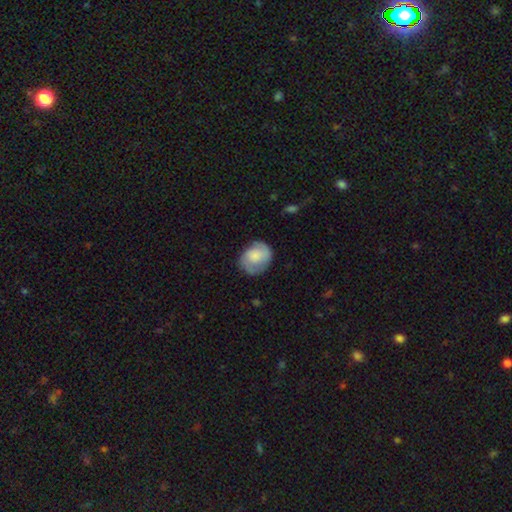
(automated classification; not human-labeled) Smooth or featured? Predicted: smooth (p=0.57). How rounded? Predicted: round (p=0.54). Merging? Predicted: none (p=0.70).